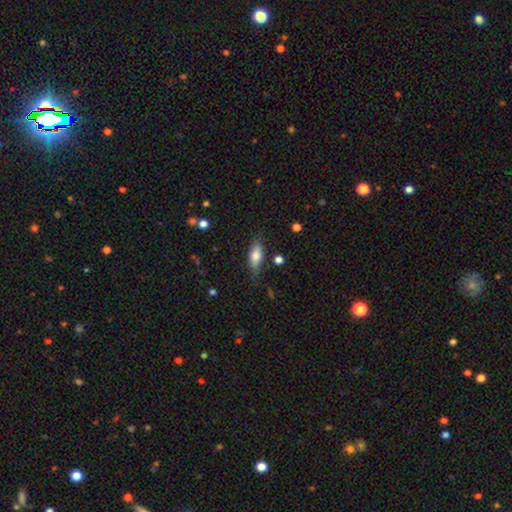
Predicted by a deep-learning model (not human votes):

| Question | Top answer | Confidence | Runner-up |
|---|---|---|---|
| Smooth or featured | smooth | 71% | featured or disk (22%) |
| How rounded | in between | 71% | cigar-shaped (26%) |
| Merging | none | 73% | minor disturbance (20%) |